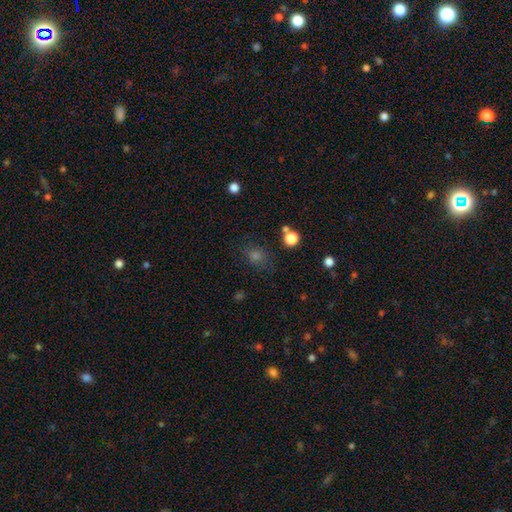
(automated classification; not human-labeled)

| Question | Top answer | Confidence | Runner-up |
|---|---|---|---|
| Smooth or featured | smooth | 61% | star or artifact (30%) |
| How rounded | round | 64% | in between (35%) |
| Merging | none | 80% | minor disturbance (12%) |